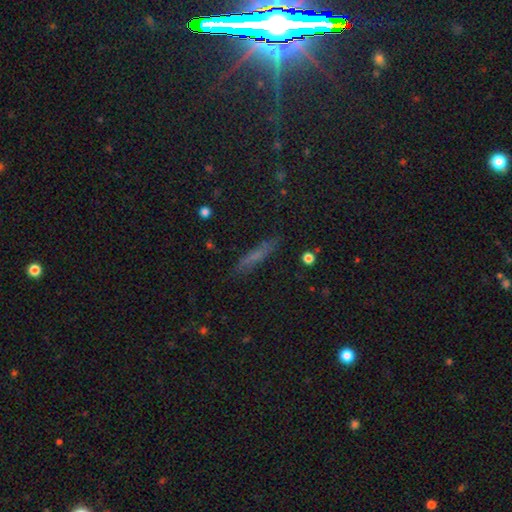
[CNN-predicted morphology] smooth-or-featured: smooth: 56% | featured or disk: 28% | star or artifact: 17%
  how-rounded: cigar-shaped: 87% | in between: 10% | round: 3%
  merging: none: 84% | minor disturbance: 12% | major disturbance: 3% | merger: 2%